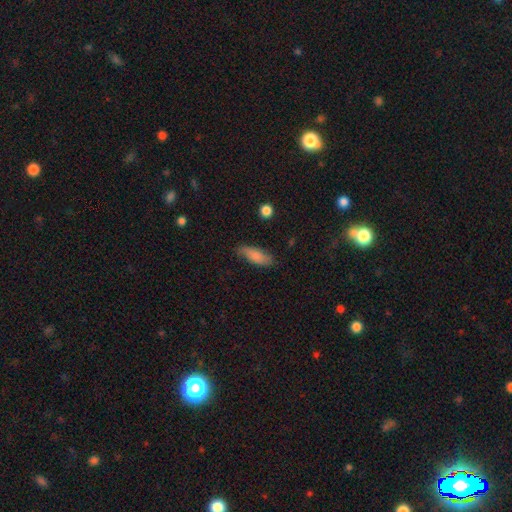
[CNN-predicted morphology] A smooth galaxy with no disk features (82%) that is in between round and cigar-shaped (67%). Merging: none (77%).